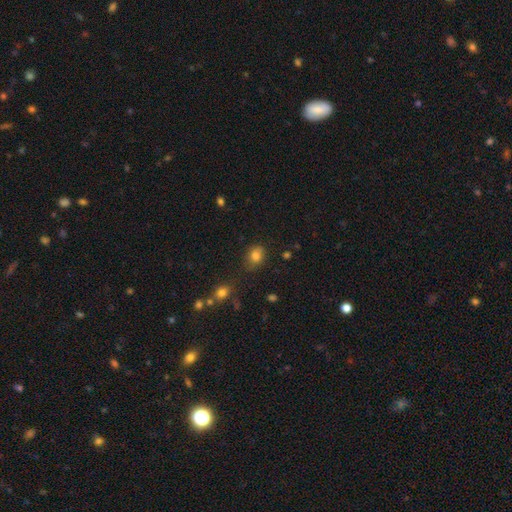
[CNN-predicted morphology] The model was most divided on "how rounded": round: 57%, in between: 41%, cigar-shaped: 1%. More confident: smooth or featured — smooth (81%); merging — none (74%).